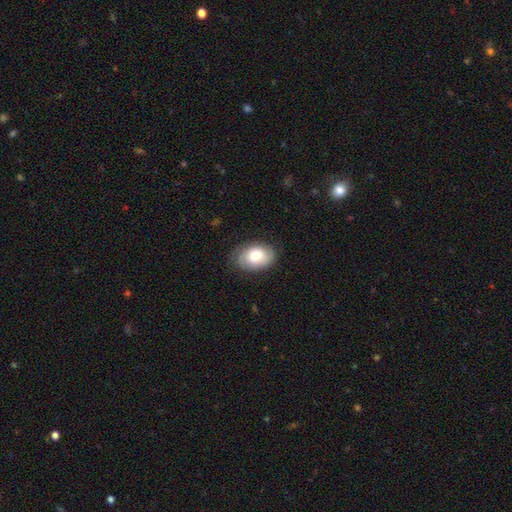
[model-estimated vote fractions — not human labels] A smooth galaxy with no disk features (59%) that is in between round and cigar-shaped (83%).

Vote fractions:
- Smooth or featured? smooth: 59% / featured or disk: 34% / star or artifact: 7%
- How rounded? in between: 83% / round: 16% / cigar-shaped: 1%
- Merging? none: 75% / minor disturbance: 19% / major disturbance: 6% / merger: 1%